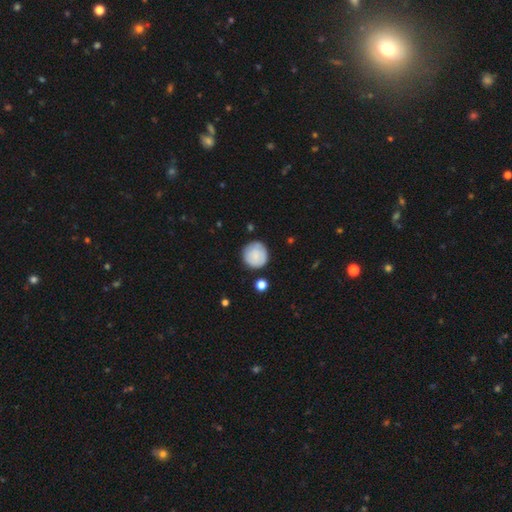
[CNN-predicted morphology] smooth-or-featured: smooth: 82% | featured or disk: 12% | star or artifact: 6%
  how-rounded: round: 94% | in between: 5% | cigar-shaped: 1%
  merging: none: 81% | minor disturbance: 13% | major disturbance: 3% | merger: 2%